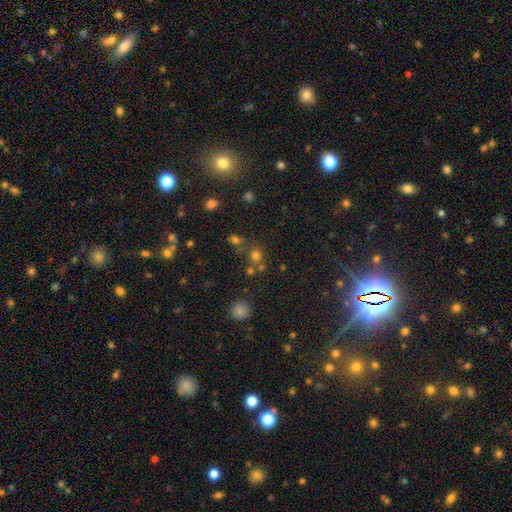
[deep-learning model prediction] This appears to be a smooth galaxy with no disk features (66%) that is round (83%). Merging: none (57%).